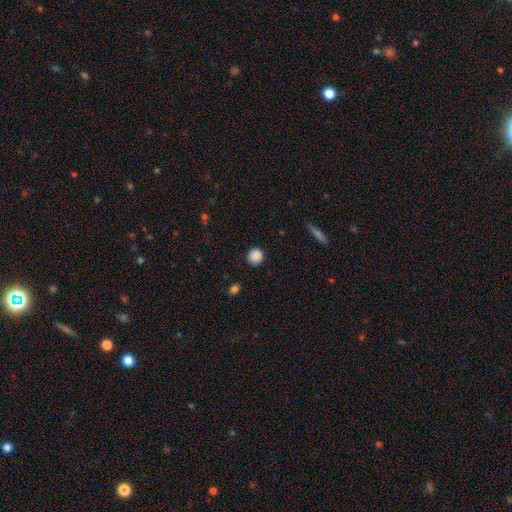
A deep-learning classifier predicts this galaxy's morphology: Overall: smooth (88%). How rounded: round (90%). Merging: none (90%).